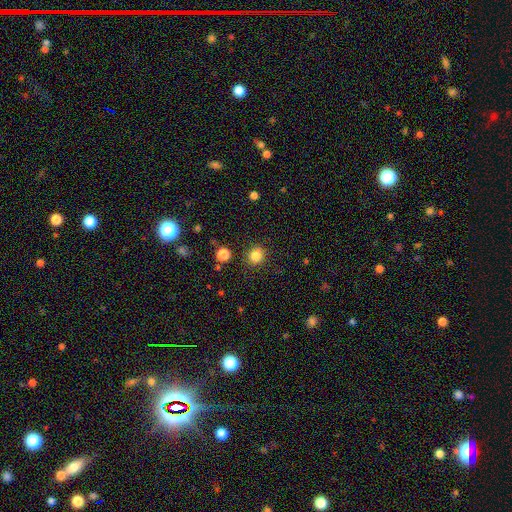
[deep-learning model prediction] Smooth or featured? smooth (83%)
How rounded? round (82%)
Merging? none (85%)